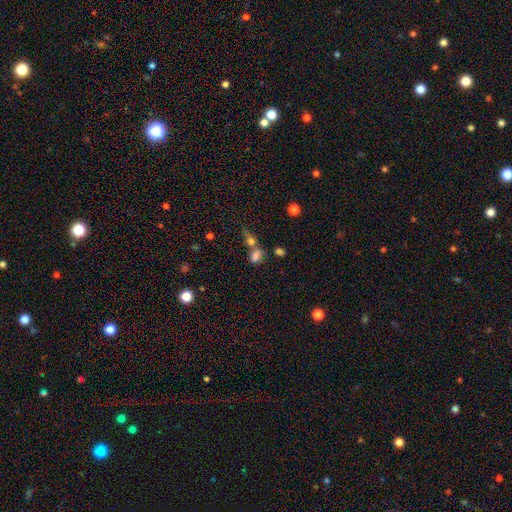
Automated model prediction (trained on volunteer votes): Smooth or featured: smooth — 70% (star or artifact — 16%)
How rounded: in between — 74% (round — 20%)
Merging: merger — 47% (none — 35%)